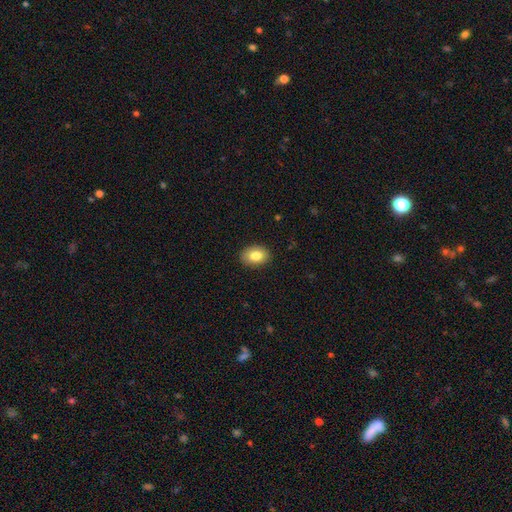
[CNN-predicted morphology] Smooth or featured?
  - smooth: 83% *
  - featured or disk: 9%
  - star or artifact: 8%
How rounded?
  - in between: 78% *
  - round: 21%
  - cigar-shaped: 1%
Merging?
  - none: 89% *
  - minor disturbance: 8%
  - major disturbance: 2%
  - merger: 1%